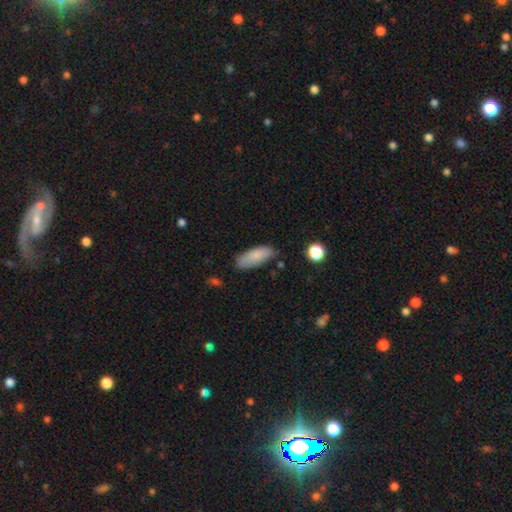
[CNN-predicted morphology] Smooth or featured?
  - smooth: 84% *
  - featured or disk: 9%
  - star or artifact: 7%
How rounded?
  - in between: 75% *
  - cigar-shaped: 23%
  - round: 2%
Merging?
  - none: 77% *
  - minor disturbance: 17%
  - major disturbance: 3%
  - merger: 2%